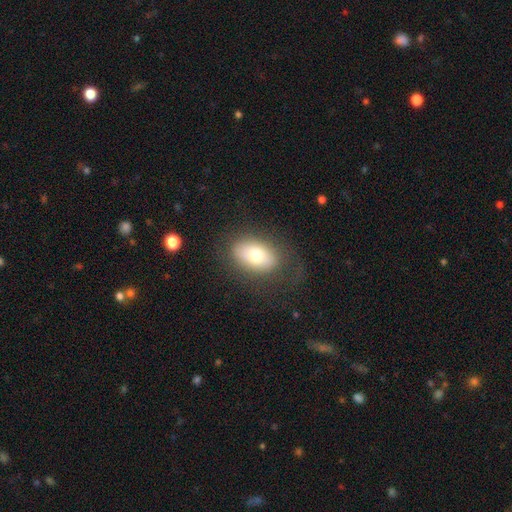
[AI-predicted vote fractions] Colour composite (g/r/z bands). It shows a smooth galaxy with no disk features (71%) that is in between round and cigar-shaped (86%). Merging: none (71%).